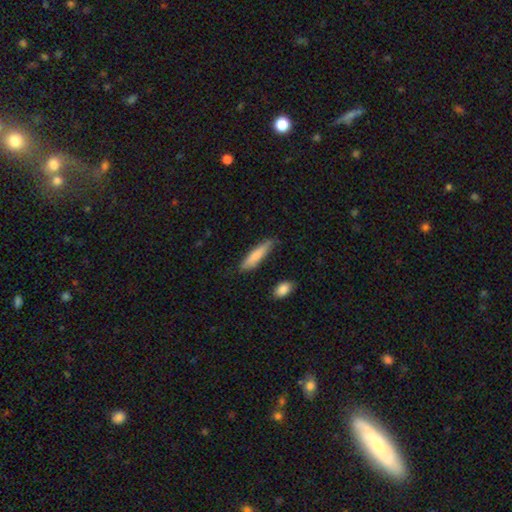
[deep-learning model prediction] Smooth or featured?
  - smooth: 80% *
  - featured or disk: 14%
  - star or artifact: 5%
How rounded?
  - cigar-shaped: 79% *
  - in between: 19%
  - round: 1%
Merging?
  - none: 80% *
  - minor disturbance: 15%
  - major disturbance: 3%
  - merger: 3%